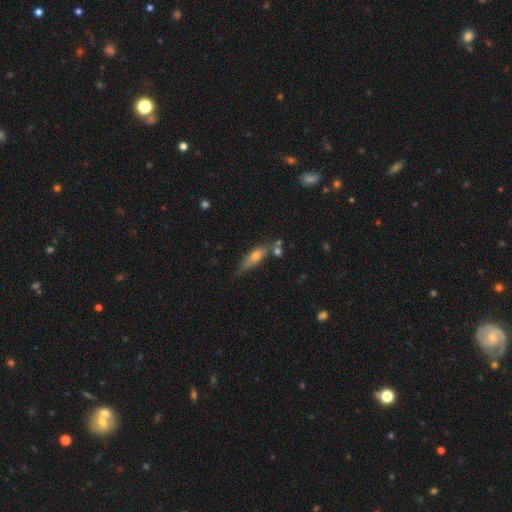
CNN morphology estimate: Overall: smooth (55%; featured or disk 35%). How rounded: cigar-shaped (60%; in between 36%). Merging: none (53%; minor disturbance 25%).